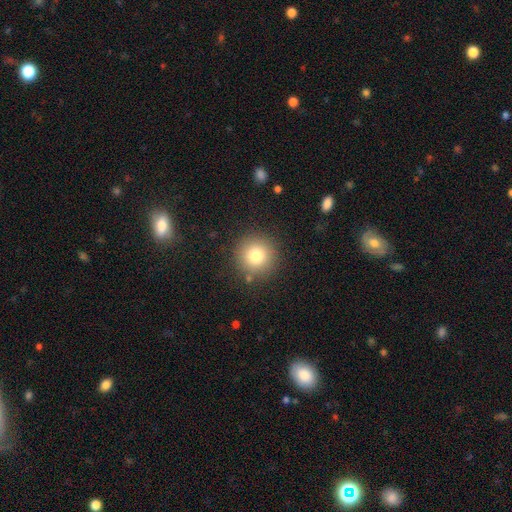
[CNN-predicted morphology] Q: Smooth or featured?
A: smooth (78%); runner-up: star or artifact (13%)
Q: How rounded?
A: round (95%); runner-up: in between (4%)
Q: Merging?
A: none (87%); runner-up: minor disturbance (8%)